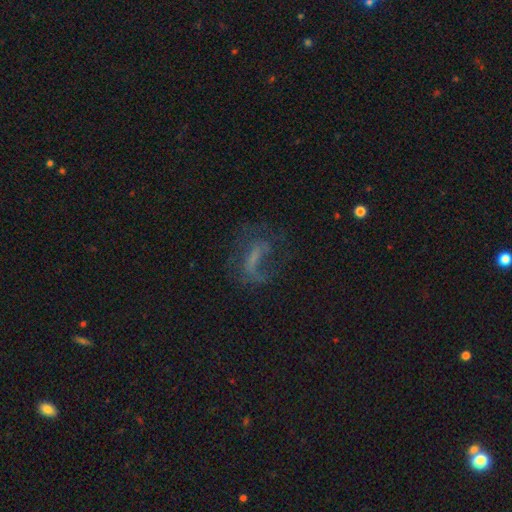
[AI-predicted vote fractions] featured or disk 51%, smooth 25%, star or artifact 24%. Down the decision tree: edge-on disk — no (90%); merging — none (47%).